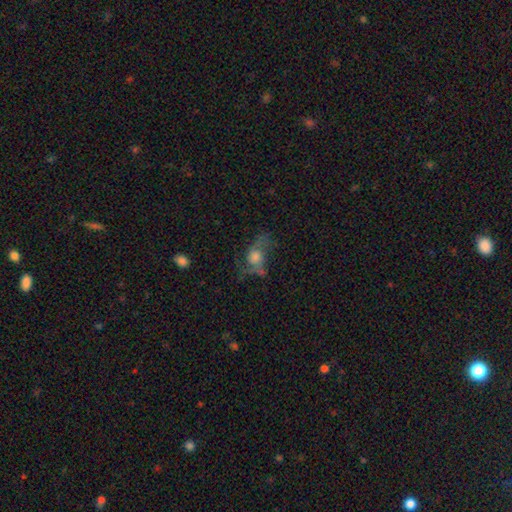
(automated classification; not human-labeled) smooth-or-featured: featured or disk: 52% | smooth: 27% | star or artifact: 21%
  disk-edge-on: no: 86% | yes: 14%
  merging: none: 51% | major disturbance: 27% | minor disturbance: 19% | merger: 3%